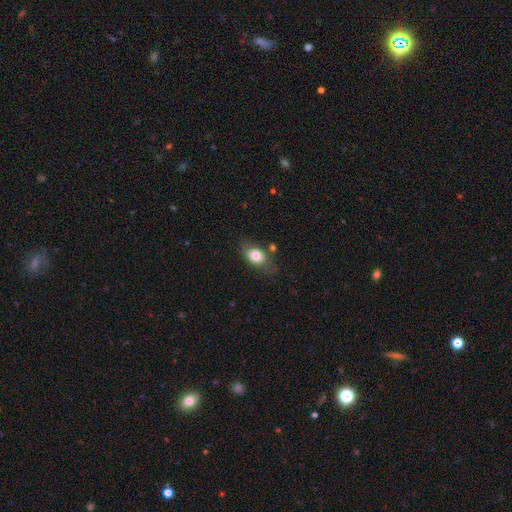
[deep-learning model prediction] A smooth galaxy with no disk features (77%) that is in between round and cigar-shaped (76%). Merging: none (67%).